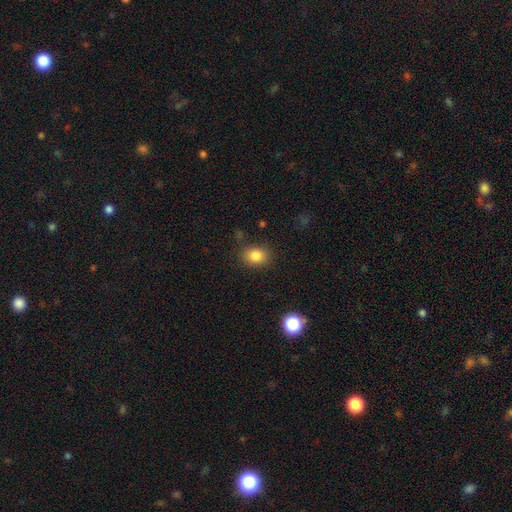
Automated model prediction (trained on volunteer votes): This is clearly a smooth galaxy (83%). How rounded: possibly round (50%). Merging: clearly none (84%).